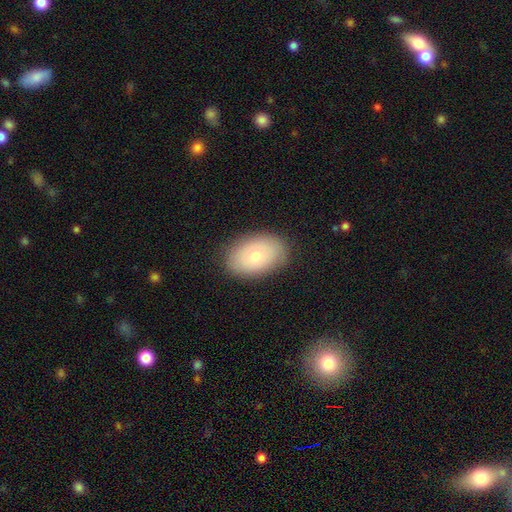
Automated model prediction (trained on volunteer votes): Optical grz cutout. It shows a smooth galaxy with no disk features (70%) that is in between round and cigar-shaped (87%). Merging: none (85%).